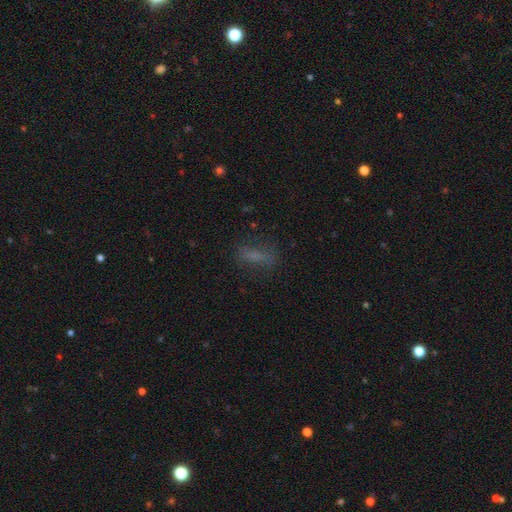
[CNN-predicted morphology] A smooth galaxy with no disk features (63%) that is cigar-shaped (56%). Merging: none (73%).